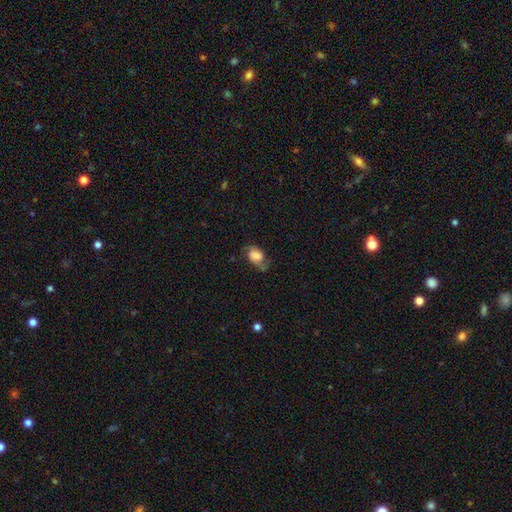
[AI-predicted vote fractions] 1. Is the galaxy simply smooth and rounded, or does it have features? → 58% smooth, 32% featured or disk, 10% star or artifact.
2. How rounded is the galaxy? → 77% in between, 21% round, 2% cigar-shaped.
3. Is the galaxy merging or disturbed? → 49% none, 30% minor disturbance, 18% major disturbance, 2% merger.